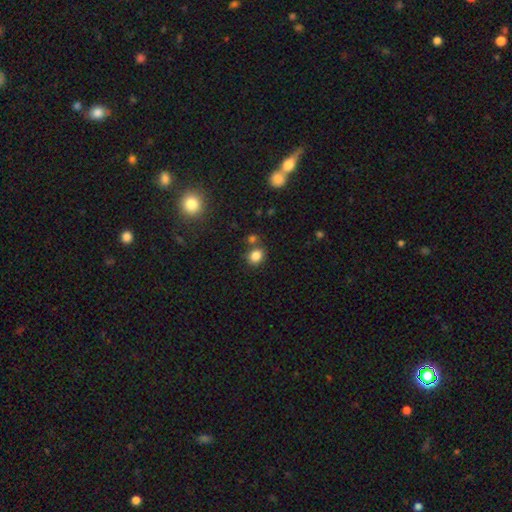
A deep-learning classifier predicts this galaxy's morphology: smooth_or_featured: smooth (p=0.84) [alt: star or artifact p=0.11]
how_rounded: round (p=0.67) [alt: in between p=0.32]
merging: none (p=0.71) [alt: merger p=0.15]